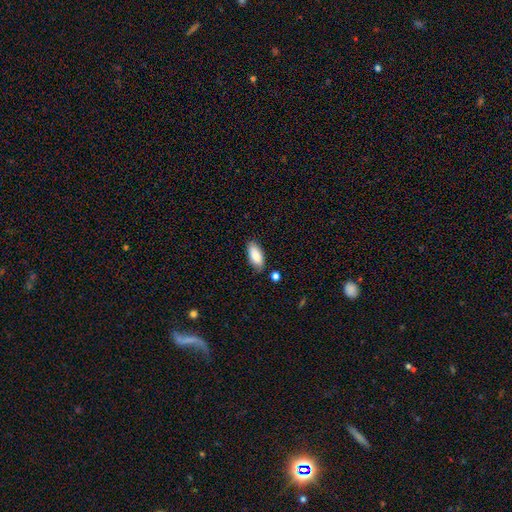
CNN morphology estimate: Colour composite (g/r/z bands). It shows a smooth galaxy with no disk features (84%) that is in between round and cigar-shaped (87%). Merging: none (79%).